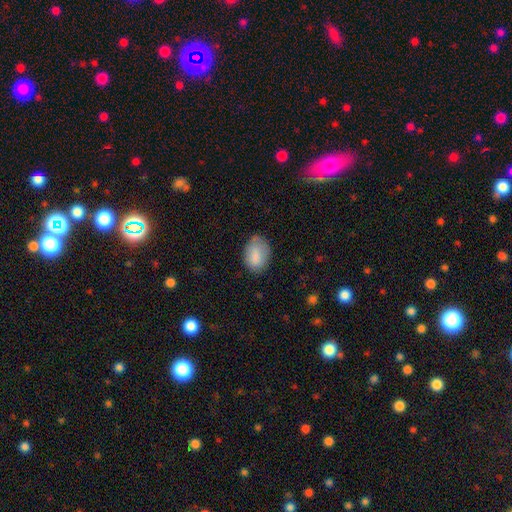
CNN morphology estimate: Smooth or featured: smooth — 84% (featured or disk — 9%)
How rounded: in between — 84% (round — 15%)
Merging: none — 67% (minor disturbance — 26%)